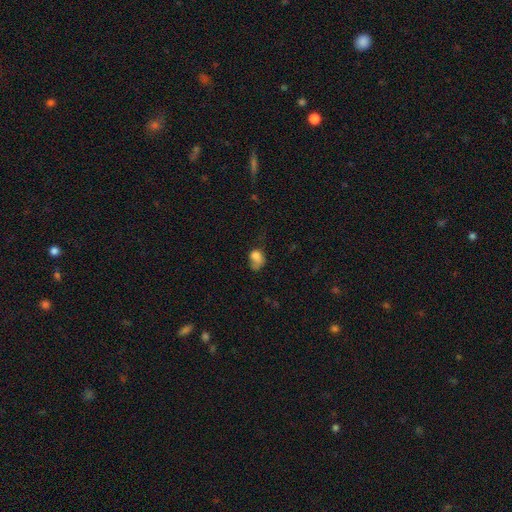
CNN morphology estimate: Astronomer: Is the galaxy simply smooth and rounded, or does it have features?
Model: smooth — 72%.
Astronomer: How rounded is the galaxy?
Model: in between — 64%.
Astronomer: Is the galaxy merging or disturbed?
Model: major disturbance — 38% (runner-up: minor disturbance, 30%).